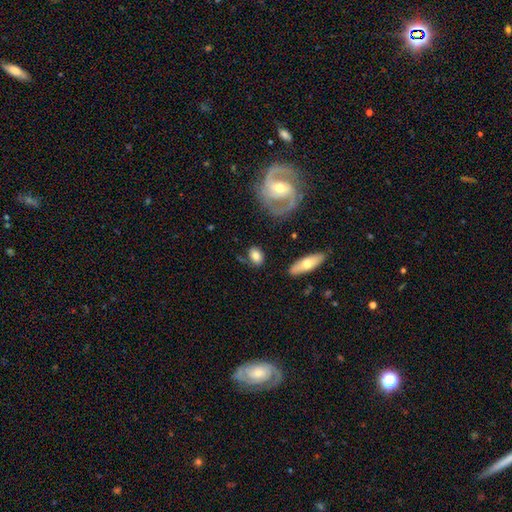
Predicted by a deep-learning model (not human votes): smooth 72%, featured or disk 20%, star or artifact 7%. Down the decision tree: how rounded — in between (74%); merging — none (72%).